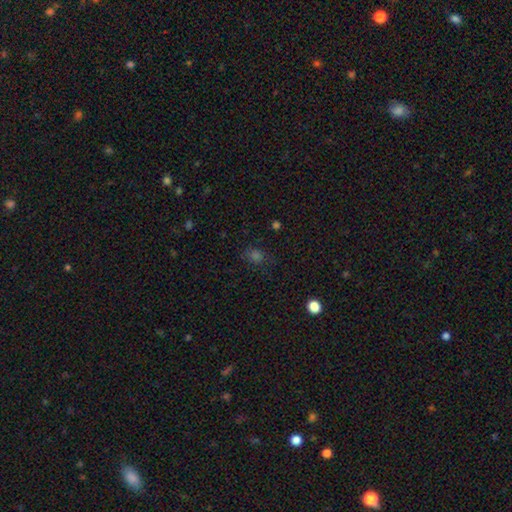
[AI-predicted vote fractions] Q: Smooth or featured?
A: smooth (59%); runner-up: star or artifact (34%)
Q: How rounded?
A: round (63%); runner-up: in between (36%)
Q: Merging?
A: none (79%); runner-up: minor disturbance (13%)